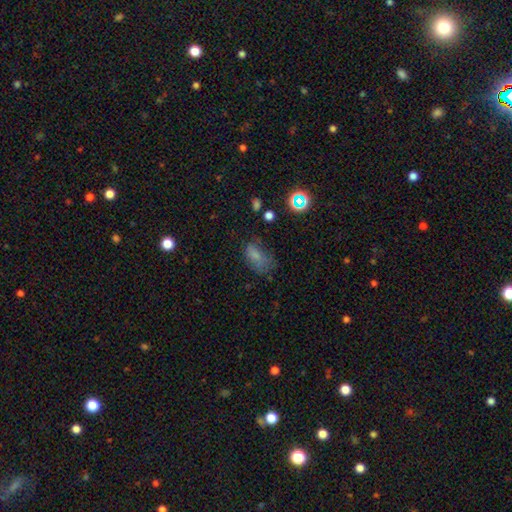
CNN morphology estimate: This appears to be a smooth galaxy with no disk features (68%) that is in between round and cigar-shaped (85%). Merging: none (42%).